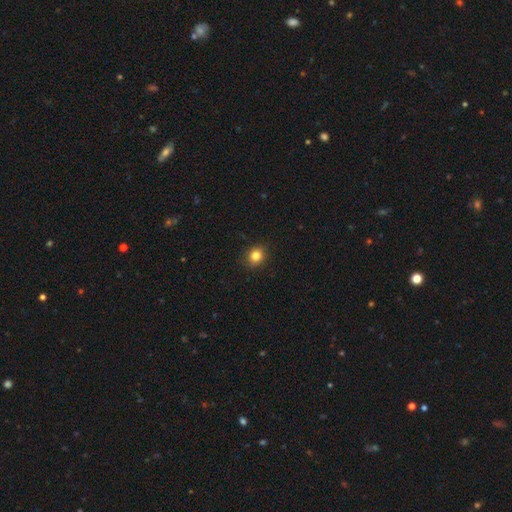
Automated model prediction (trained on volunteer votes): Q: Smooth or featured?
A: smooth (83%); runner-up: star or artifact (11%)
Q: How rounded?
A: round (67%); runner-up: in between (32%)
Q: Merging?
A: none (90%); runner-up: minor disturbance (7%)